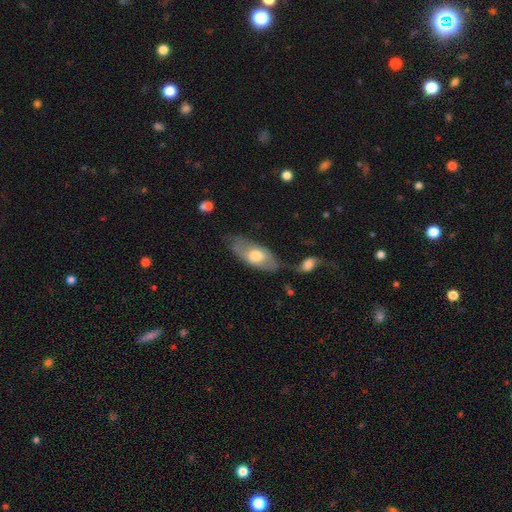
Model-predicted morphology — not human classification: Smooth or featured? smooth (56%)
How rounded? in between (85%)
Merging? none (57%)